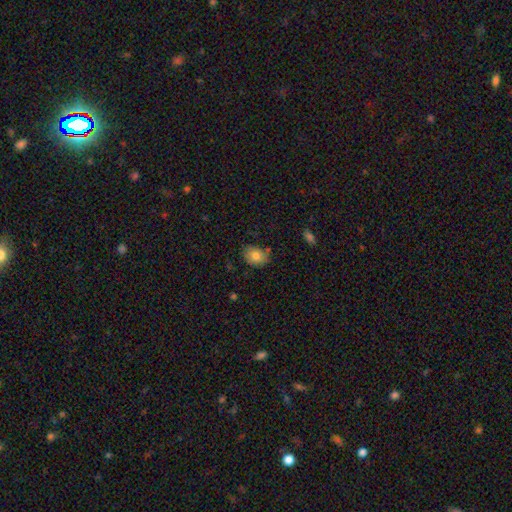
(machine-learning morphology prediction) Q: Smooth or featured?
A: smooth (81%); runner-up: featured or disk (10%)
Q: How rounded?
A: in between (62%); runner-up: round (37%)
Q: Merging?
A: none (77%); runner-up: minor disturbance (17%)